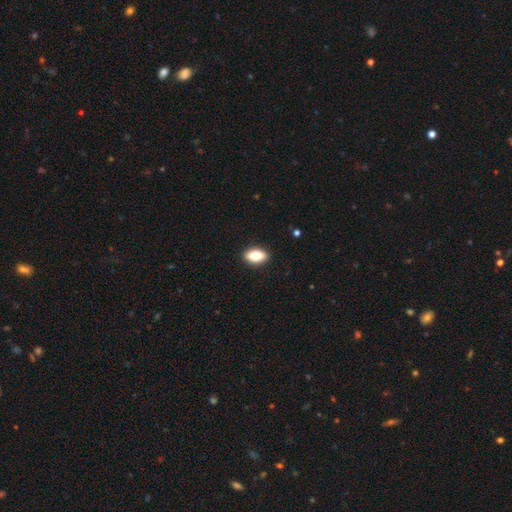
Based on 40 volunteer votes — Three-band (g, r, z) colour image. It shows a smooth galaxy with no disk features (82%) that is in between round and cigar-shaped (94%). Merging: none (97%).